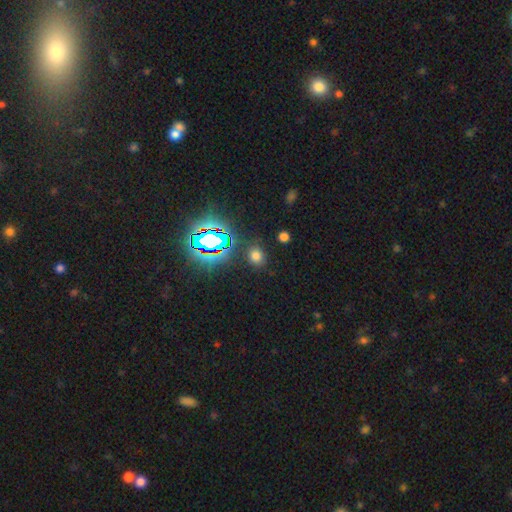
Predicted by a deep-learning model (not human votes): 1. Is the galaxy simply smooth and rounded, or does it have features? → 66% smooth, 28% star or artifact, 6% featured or disk.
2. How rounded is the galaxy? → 65% round, 34% in between, 1% cigar-shaped.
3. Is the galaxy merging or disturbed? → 85% none, 9% minor disturbance, 3% major disturbance, 3% merger.